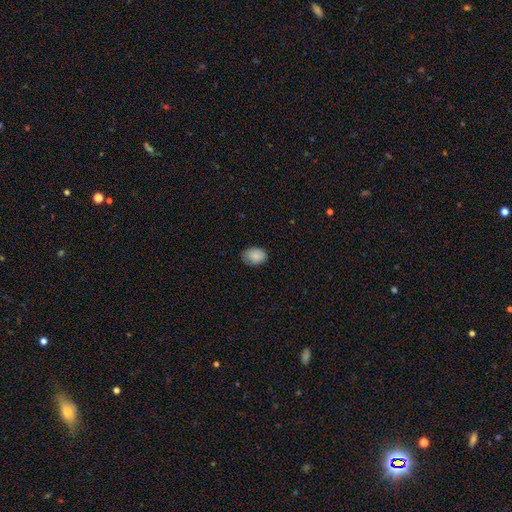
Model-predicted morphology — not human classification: A smooth galaxy with no disk features (86%) that is in between round and cigar-shaped (72%). Merging: none (75%).